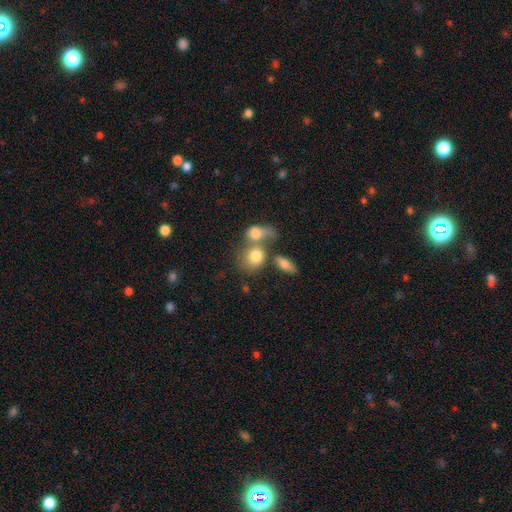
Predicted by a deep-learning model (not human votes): Q: Smooth or featured?
A: smooth (77%); runner-up: featured or disk (15%)
Q: How rounded?
A: round (56%); runner-up: in between (42%)
Q: Merging?
A: merger (59%); runner-up: none (25%)